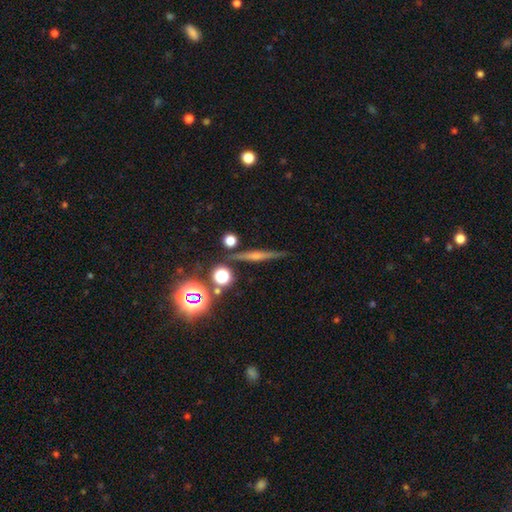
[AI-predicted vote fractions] The model was most divided on "smooth or featured": featured or disk: 46%, star or artifact: 33%, smooth: 21%. More confident: merging — none (84%).